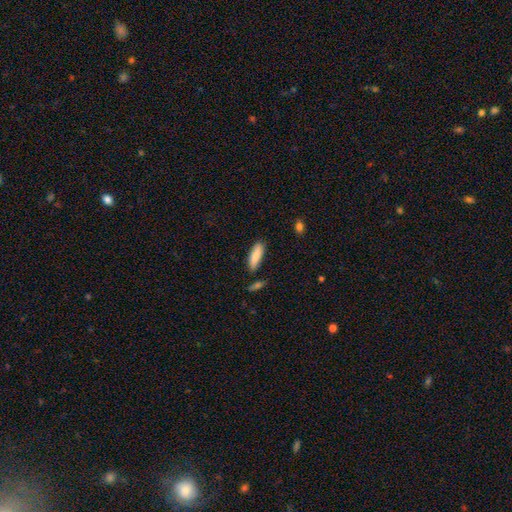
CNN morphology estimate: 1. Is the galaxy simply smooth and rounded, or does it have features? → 84% smooth, 10% featured or disk, 6% star or artifact.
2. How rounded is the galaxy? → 52% cigar-shaped, 47% in between, 2% round.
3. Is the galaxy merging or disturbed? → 81% none, 13% minor disturbance, 4% merger, 3% major disturbance.